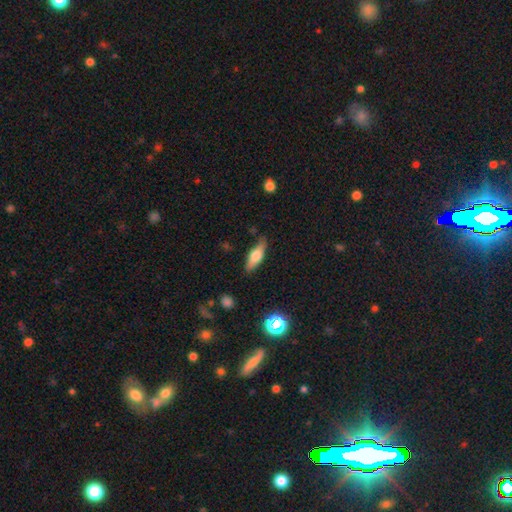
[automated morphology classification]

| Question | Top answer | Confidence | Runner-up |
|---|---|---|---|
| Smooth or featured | smooth | 56% | featured or disk (36%) |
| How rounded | in between | 51% | cigar-shaped (46%) |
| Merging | none | 80% | minor disturbance (15%) |